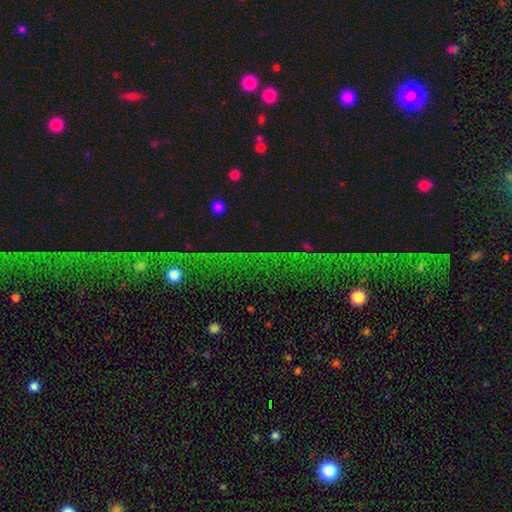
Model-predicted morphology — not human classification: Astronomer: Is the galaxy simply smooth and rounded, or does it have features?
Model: star or artifact — 77%.